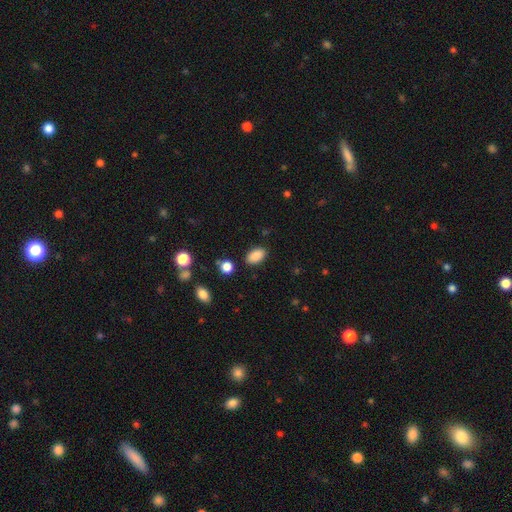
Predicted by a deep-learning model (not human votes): Smooth or featured: smooth — 87% (star or artifact — 9%)
How rounded: in between — 91% (round — 7%)
Merging: none — 86% (minor disturbance — 10%)